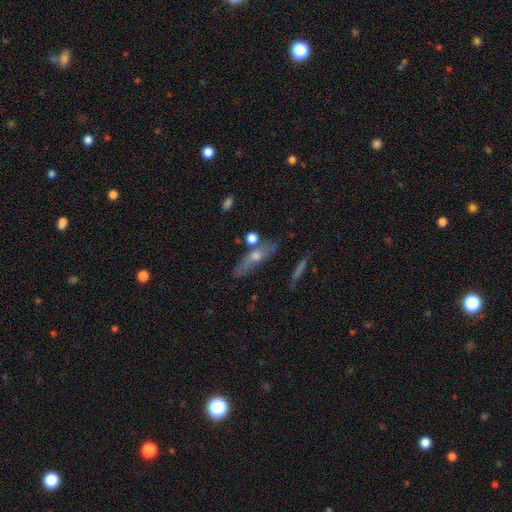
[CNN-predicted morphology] A featured or disk galaxy (47%). Merging: none (69%).